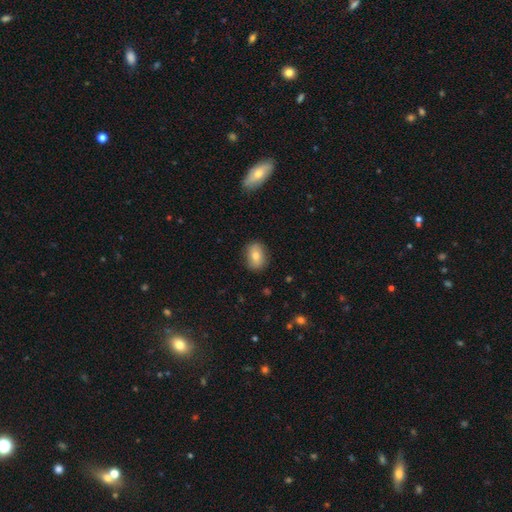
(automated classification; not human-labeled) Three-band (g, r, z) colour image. It shows a smooth galaxy with no disk features (75%) that is in between round and cigar-shaped (61%). Merging: none (86%).